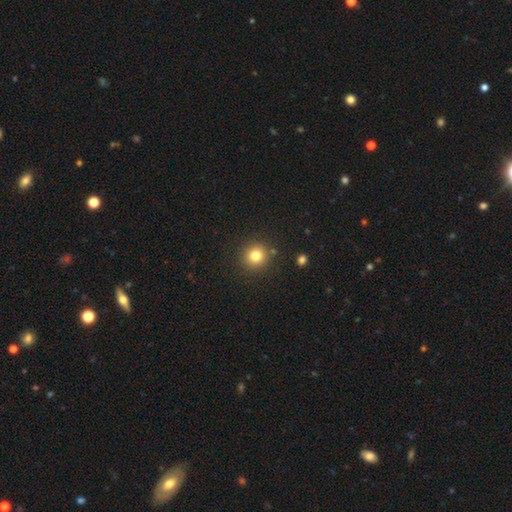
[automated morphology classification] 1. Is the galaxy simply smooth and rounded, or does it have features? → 80% smooth, 13% star or artifact, 7% featured or disk.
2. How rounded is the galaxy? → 92% round, 7% in between, 1% cigar-shaped.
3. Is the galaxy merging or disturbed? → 88% none, 7% minor disturbance, 3% merger, 2% major disturbance.